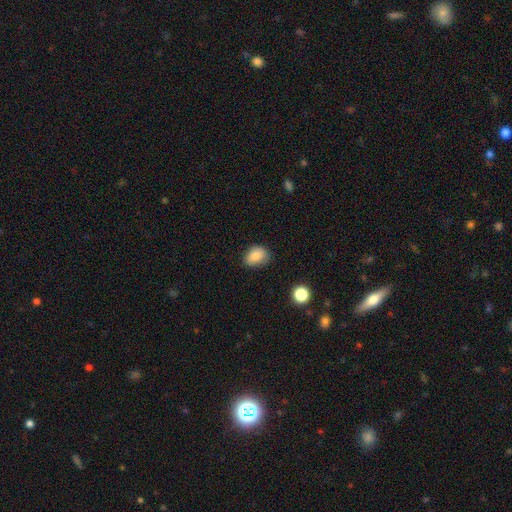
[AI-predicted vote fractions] This is clearly a smooth galaxy (84%). How rounded: likely in between (69%). Merging: likely none (68%).